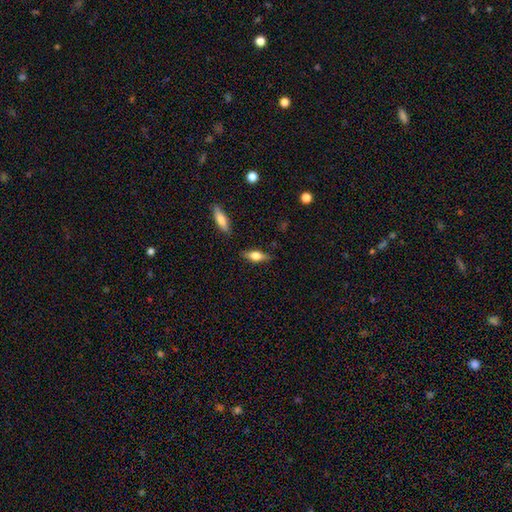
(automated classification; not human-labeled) Smooth or featured: smooth — 59% (featured or disk — 34%)
How rounded: in between — 61% (cigar-shaped — 35%)
Merging: none — 83% (minor disturbance — 12%)